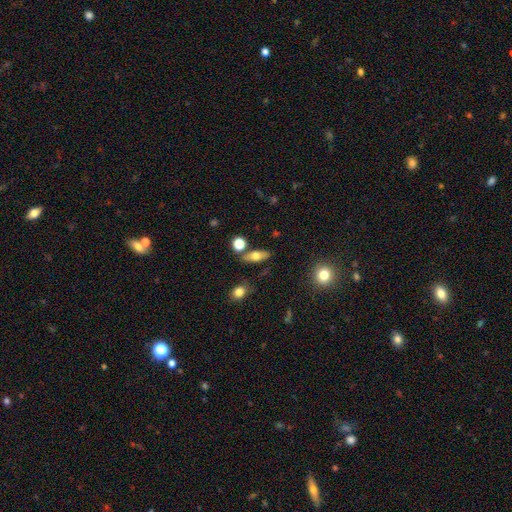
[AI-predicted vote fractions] This appears to be a smooth galaxy with no disk features (60%) that is in between round and cigar-shaped (67%). Merging: none (77%).